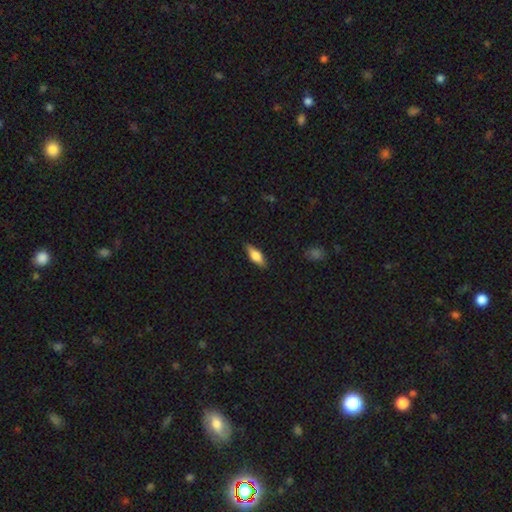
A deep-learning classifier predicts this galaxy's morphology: Smooth or featured: smooth — 66% (featured or disk — 27%)
How rounded: in between — 69% (cigar-shaped — 28%)
Merging: none — 86% (minor disturbance — 11%)